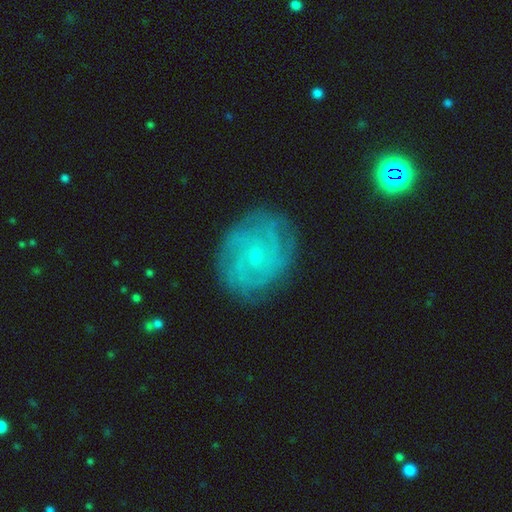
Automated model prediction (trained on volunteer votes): Morphology: type=featured or disk (80%); edge-on=no (98%); bar=no (66%); spiral arms=yes (93%); winding=tight (66%); arm count=can't tell (35%); bulge=small (81%); merging=none (81%).